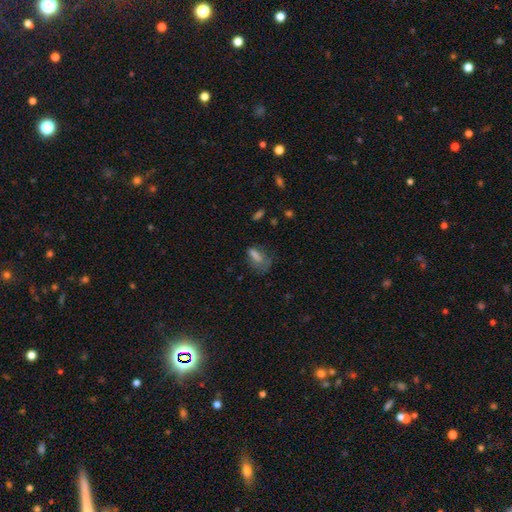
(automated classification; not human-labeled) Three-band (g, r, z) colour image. It shows a smooth galaxy with no disk features (56%) that is in between round and cigar-shaped (70%). Merging: none (44%).